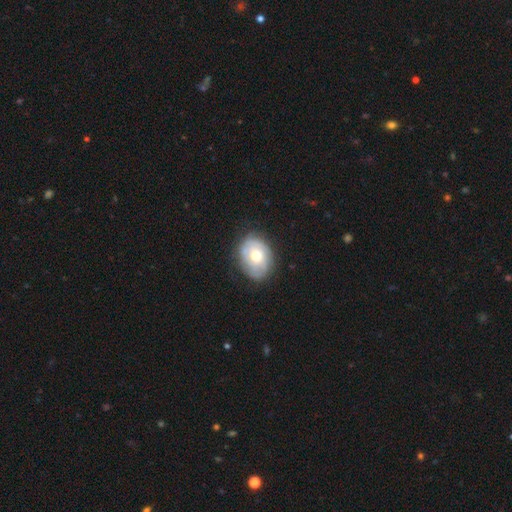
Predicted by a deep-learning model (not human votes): A featured or disk galaxy (55%) with no bar (84%), spiral arms (62%) and a moderate central bulge (75%). Merging: none (72%).